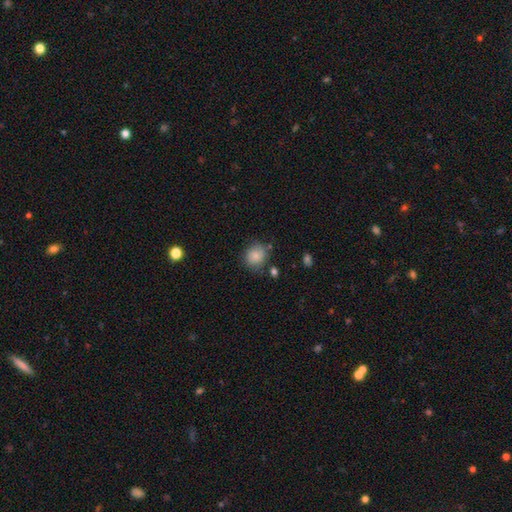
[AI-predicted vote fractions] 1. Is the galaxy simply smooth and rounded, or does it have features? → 83% smooth, 9% star or artifact, 8% featured or disk.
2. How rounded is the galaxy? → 75% round, 24% in between, 1% cigar-shaped.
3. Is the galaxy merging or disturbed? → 72% none, 19% minor disturbance, 5% major disturbance, 4% merger.